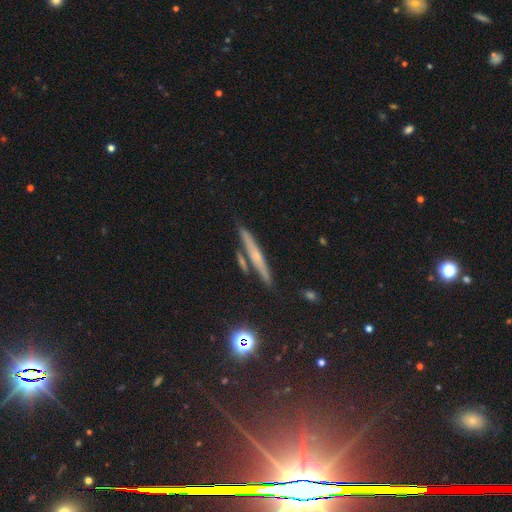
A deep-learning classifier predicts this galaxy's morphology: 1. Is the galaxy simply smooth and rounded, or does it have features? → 52% featured or disk, 33% smooth, 15% star or artifact.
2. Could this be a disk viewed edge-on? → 94% yes, 6% no.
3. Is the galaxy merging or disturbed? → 79% none, 10% minor disturbance, 8% merger, 3% major disturbance.